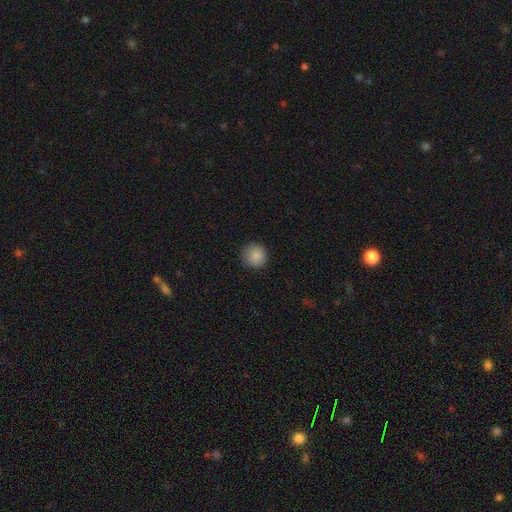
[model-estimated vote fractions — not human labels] A smooth galaxy with no disk features (87%) that is round (94%).

Vote fractions:
- Smooth or featured? smooth: 87% / star or artifact: 9% / featured or disk: 4%
- How rounded? round: 94% / in between: 5% / cigar-shaped: 1%
- Merging? none: 88% / minor disturbance: 9% / major disturbance: 2% / merger: 1%